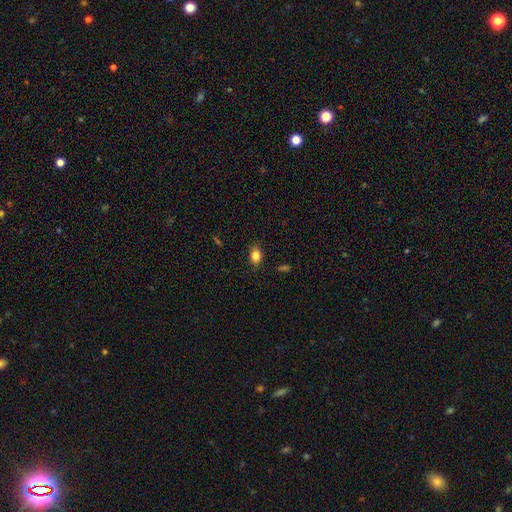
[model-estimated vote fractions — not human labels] Morphology: type=smooth (83%); roundness=in between (72%); merging=none (86%).